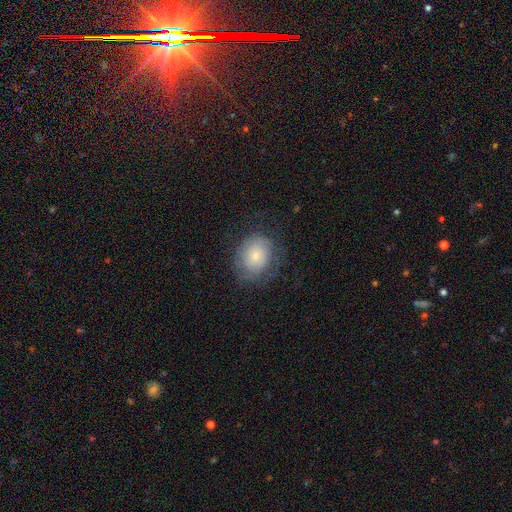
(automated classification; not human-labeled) smooth 63%, featured or disk 29%, star or artifact 8%. Down the decision tree: how rounded — round (60%); merging — none (63%).